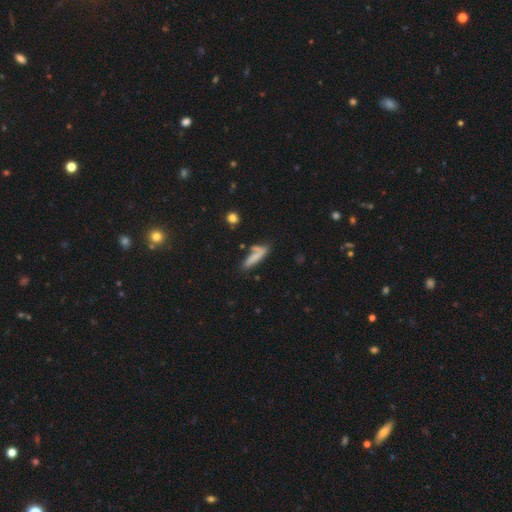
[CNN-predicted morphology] smooth-or-featured: smooth: 68% | featured or disk: 24% | star or artifact: 8%
  how-rounded: cigar-shaped: 73% | in between: 24% | round: 3%
  merging: none: 50% | minor disturbance: 22% | merger: 18% | major disturbance: 11%